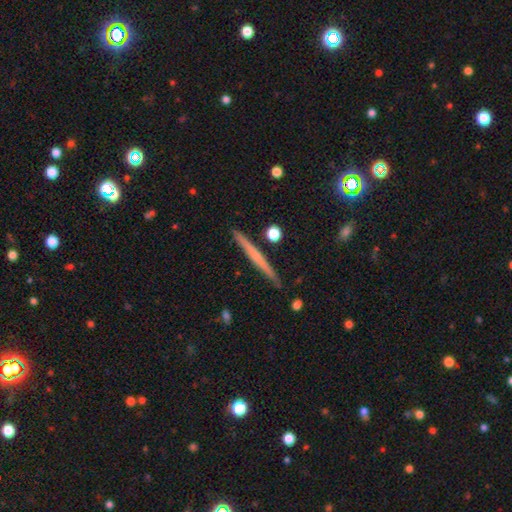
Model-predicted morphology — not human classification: A featured or disk galaxy (51%) viewed edge-on (98%). Merging: none (91%).